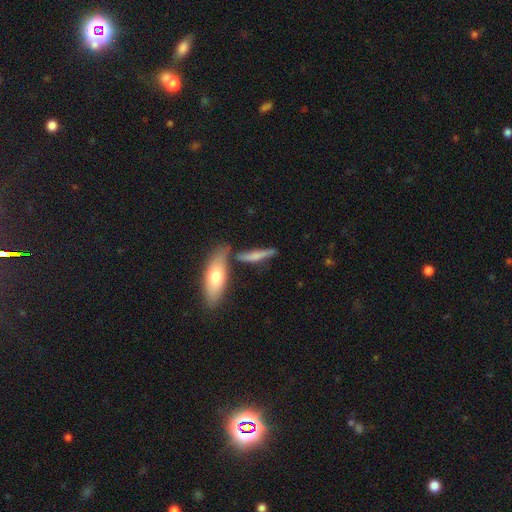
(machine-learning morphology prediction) Q: Smooth or featured?
A: smooth (58%); runner-up: featured or disk (35%)
Q: How rounded?
A: cigar-shaped (80%); runner-up: in between (17%)
Q: Merging?
A: none (63%); runner-up: merger (17%)